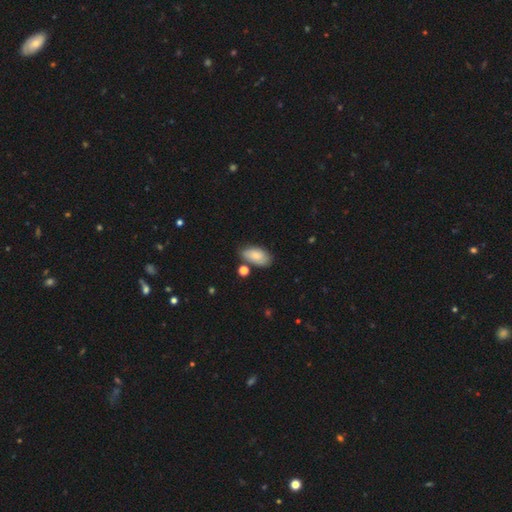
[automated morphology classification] smooth 81%, featured or disk 12%, star or artifact 7%. Down the decision tree: how rounded — in between (93%); merging — none (68%).